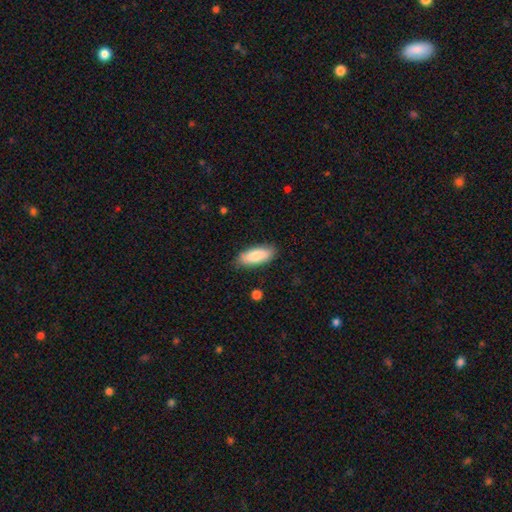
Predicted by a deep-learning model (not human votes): Morphology: type=smooth (82%); roundness=in between (77%); merging=none (84%).